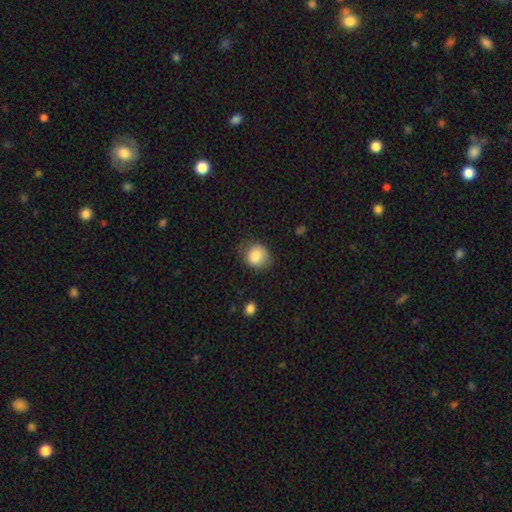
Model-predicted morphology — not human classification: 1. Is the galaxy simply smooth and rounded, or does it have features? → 85% smooth, 8% star or artifact, 7% featured or disk.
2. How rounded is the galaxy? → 72% round, 27% in between, 1% cigar-shaped.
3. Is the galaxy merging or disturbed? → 67% none, 24% minor disturbance, 7% major disturbance, 1% merger.